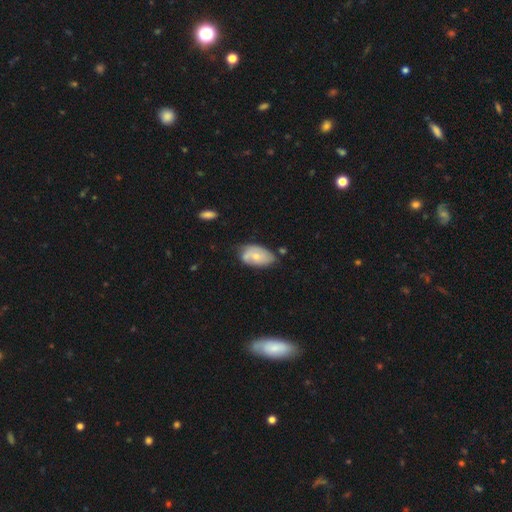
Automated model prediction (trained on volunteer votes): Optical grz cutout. It shows a smooth galaxy with no disk features (53%) that is in between round and cigar-shaped (92%). Merging: none (49%).